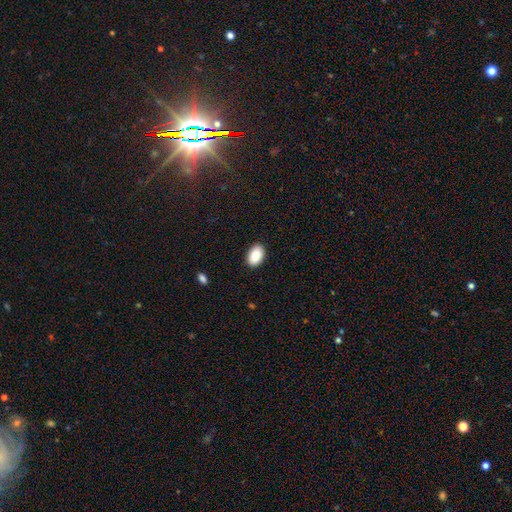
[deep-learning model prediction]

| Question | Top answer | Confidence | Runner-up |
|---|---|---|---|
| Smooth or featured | smooth | 88% | star or artifact (7%) |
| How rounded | in between | 92% | round (7%) |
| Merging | none | 89% | minor disturbance (8%) |